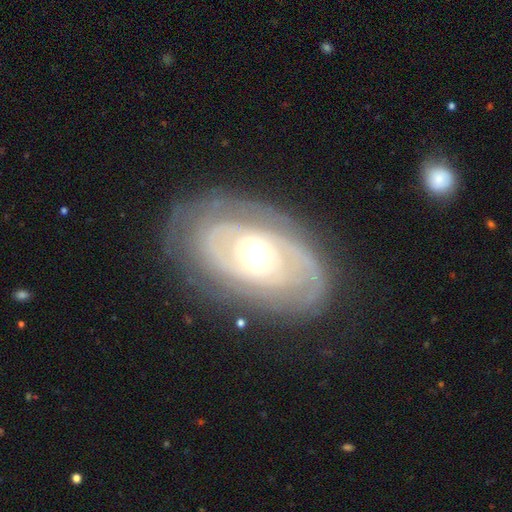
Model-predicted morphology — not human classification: Smooth or featured?
  - featured or disk: 79% *
  - smooth: 16%
  - star or artifact: 6%
Edge-on disk?
  - no: 93% *
  - yes: 7%
Bar?
  - no: 55% *
  - weak: 30%
  - strong: 15%
Spiral arms?
  - yes: 72% *
  - no: 28%
Spiral winding?
  - tight: 62% *
  - medium: 26%
  - loose: 12%
Spiral arm count?
  - 2: 43% *
  - can't tell: 37%
  - 3: 7%
  - 1: 6%
  - 4: 4%
  - more than 4: 3%
Bulge size?
  - moderate: 61% *
  - large: 25%
  - small: 10%
  - dominant: 3%
  - none: 1%
Merging?
  - none: 74% *
  - minor disturbance: 16%
  - major disturbance: 8%
  - merger: 2%